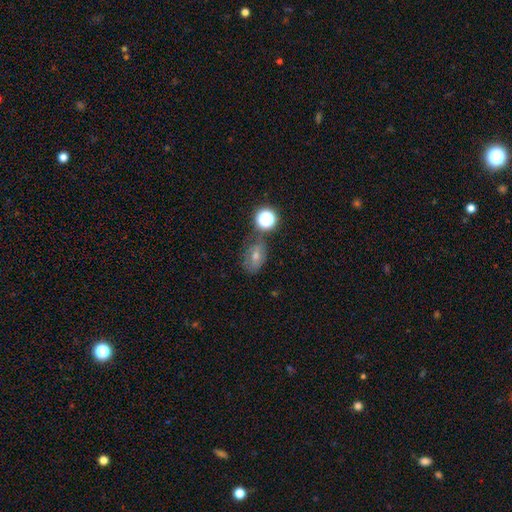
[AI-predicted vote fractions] smooth_or_featured: smooth (p=0.59) [alt: featured or disk p=0.23]
how_rounded: in between (p=0.71) [alt: round p=0.28]
merging: none (p=0.57) [alt: minor disturbance p=0.23]